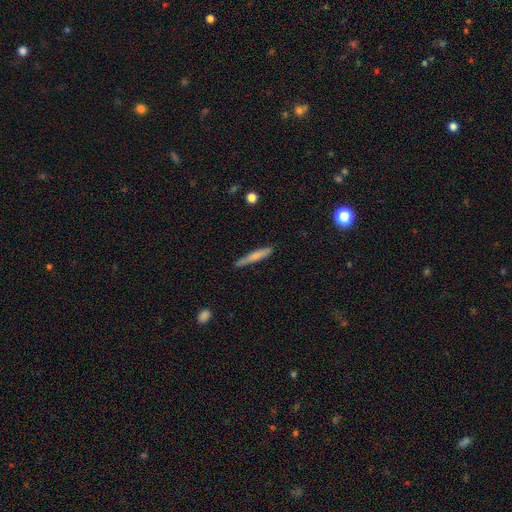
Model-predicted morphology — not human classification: This appears to be a smooth galaxy with no disk features (67%) that is cigar-shaped (94%). Merging: none (82%).